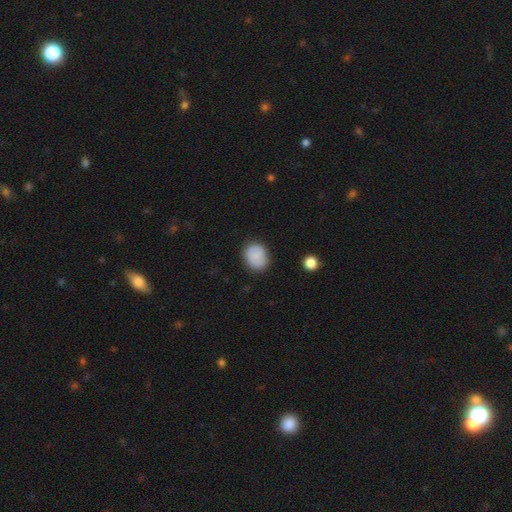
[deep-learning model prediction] This is clearly a smooth galaxy (87%). How rounded: possibly round (54%). Merging: clearly none (83%).